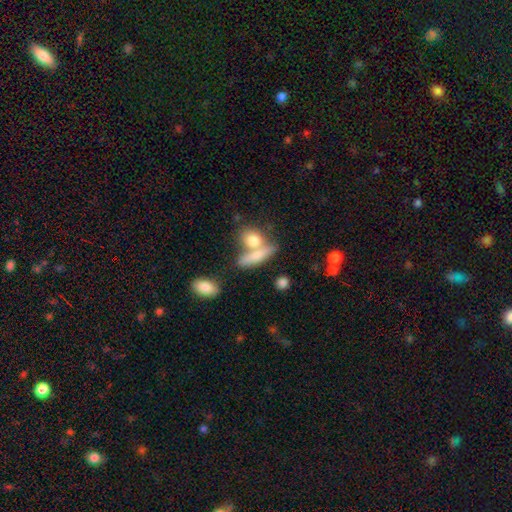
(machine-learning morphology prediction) A smooth galaxy with no disk features (75%) that is in between round and cigar-shaped (45%).

Vote fractions:
- Smooth or featured? smooth: 75% / featured or disk: 18% / star or artifact: 7%
- How rounded? in between: 45% / cigar-shaped: 41% / round: 14%
- Merging? none: 45% / merger: 38% / minor disturbance: 11% / major disturbance: 6%